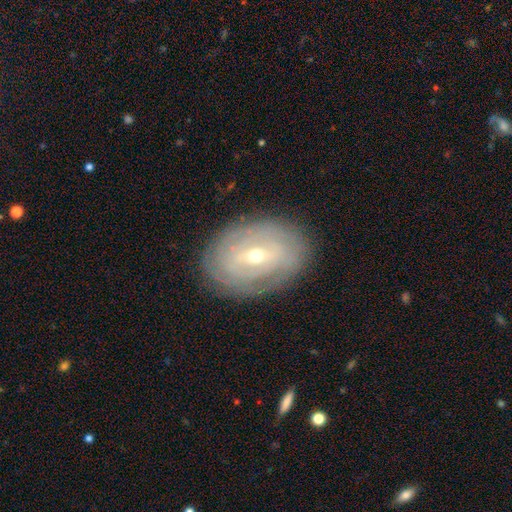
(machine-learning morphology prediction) type=featured or disk (76%); edge-on=no (94%); bar=weak (48%); spiral arms=yes (75%); winding=tight (80%); arm count=can't tell (55%); bulge=small (52%); merging=none (83%).